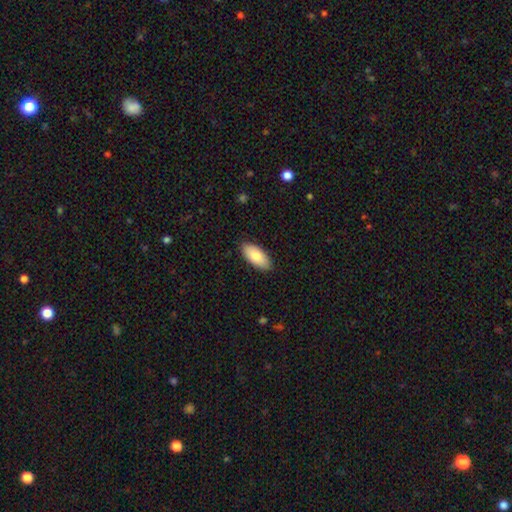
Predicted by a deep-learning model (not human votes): This appears to be a smooth galaxy with no disk features (82%) that is in between round and cigar-shaped (91%). Merging: none (88%).